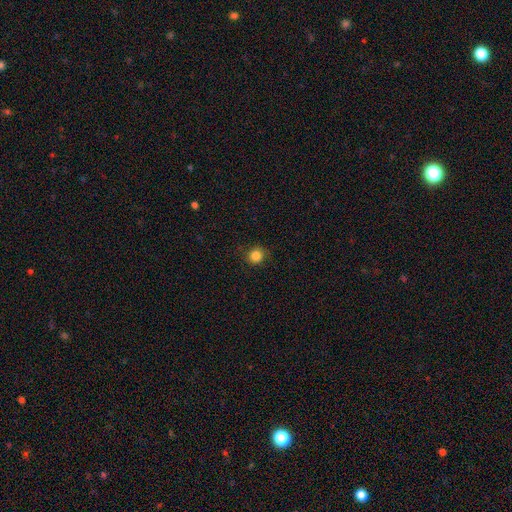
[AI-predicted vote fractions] The model was most divided on "smooth or featured": smooth: 84%, star or artifact: 11%, featured or disk: 5%. More confident: how rounded — round (91%); merging — none (85%).